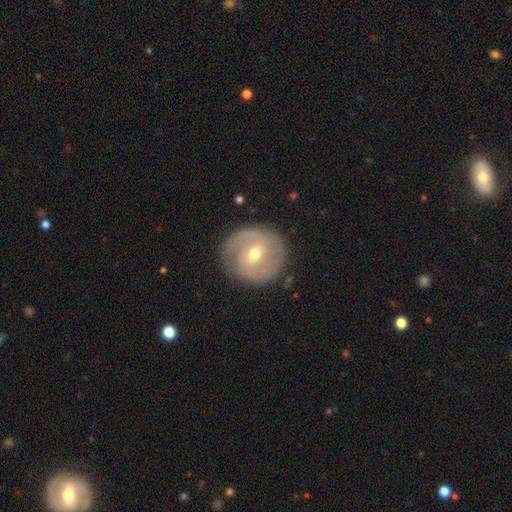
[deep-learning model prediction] The model was most divided on "bar": weak: 49%, no: 33%, strong: 18%. More confident: edge-on disk — no (97%); spiral arms — yes (83%); merging — none (82%); smooth or featured — featured or disk (74%); spiral arm count — 2 (66%); bulge size — moderate (60%); spiral winding — tight (52%).